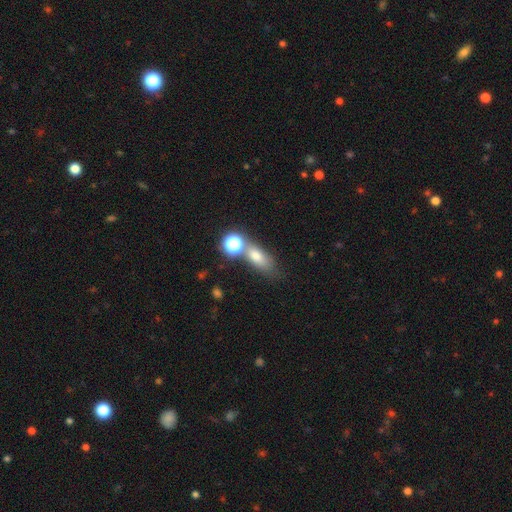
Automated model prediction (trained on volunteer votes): A smooth galaxy with no disk features (69%) that is in between round and cigar-shaped (66%). Merging: none (49%).